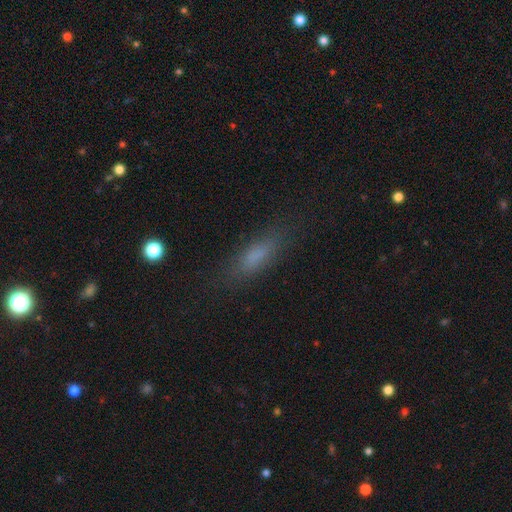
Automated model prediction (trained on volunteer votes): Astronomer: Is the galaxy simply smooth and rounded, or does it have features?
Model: smooth — 73%.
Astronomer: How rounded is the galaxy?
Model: cigar-shaped — 50% (runner-up: in between, 46%).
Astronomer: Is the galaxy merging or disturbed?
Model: none — 77%.